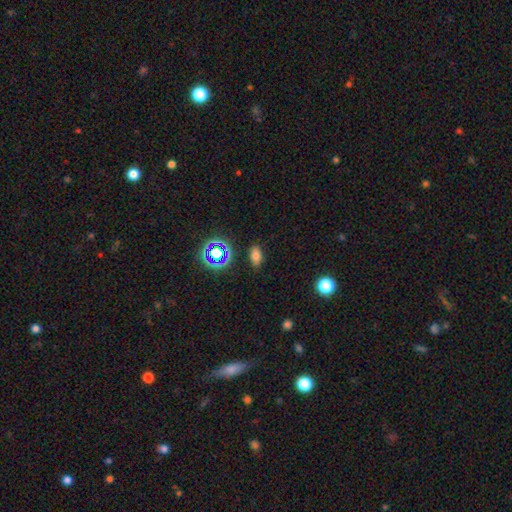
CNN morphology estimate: Smooth or featured?
  - smooth: 72% *
  - star or artifact: 19%
  - featured or disk: 9%
How rounded?
  - in between: 87% *
  - round: 9%
  - cigar-shaped: 4%
Merging?
  - none: 84% *
  - minor disturbance: 11%
  - major disturbance: 3%
  - merger: 2%